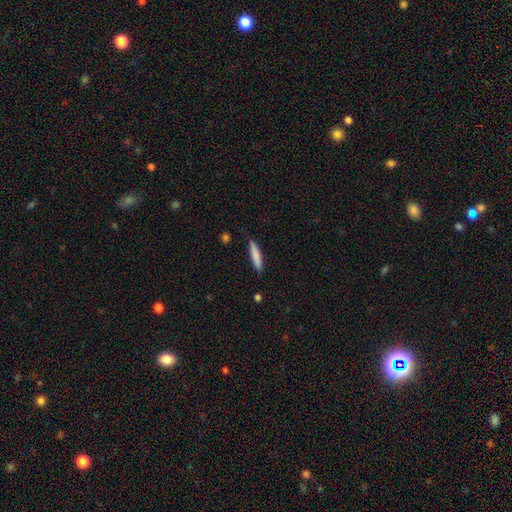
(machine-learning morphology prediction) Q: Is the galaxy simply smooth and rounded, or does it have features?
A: smooth — 82%.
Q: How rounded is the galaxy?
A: cigar-shaped — 85%.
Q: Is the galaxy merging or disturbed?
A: none — 83%.